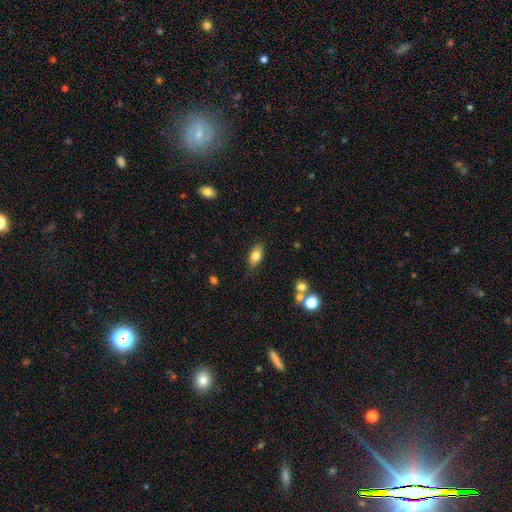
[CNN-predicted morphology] A smooth galaxy with no disk features (78%) that is in between round and cigar-shaped (87%).

Vote fractions:
- Smooth or featured? smooth: 78% / featured or disk: 14% / star or artifact: 8%
- How rounded? in between: 87% / cigar-shaped: 8% / round: 5%
- Merging? none: 83% / minor disturbance: 12% / major disturbance: 3% / merger: 2%